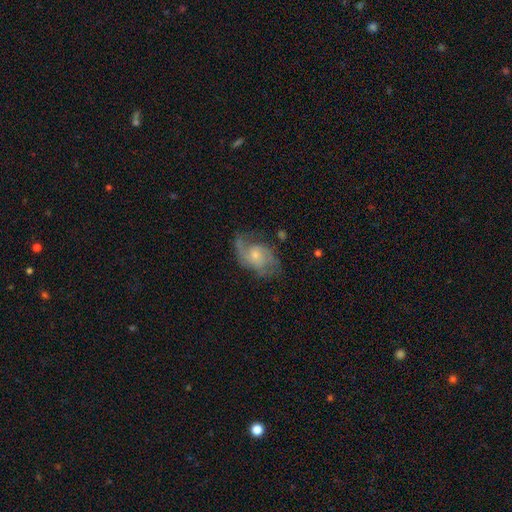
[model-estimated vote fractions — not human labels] Q: Smooth or featured?
A: featured or disk (73%); runner-up: smooth (20%)
Q: Edge-on disk?
A: no (97%); runner-up: yes (3%)
Q: Bar?
A: no (70%); runner-up: weak (27%)
Q: Spiral arms?
A: yes (90%); runner-up: no (10%)
Q: Spiral winding?
A: medium (44%); runner-up: loose (36%)
Q: Spiral arm count?
A: 2 (61%); runner-up: 1 (15%)
Q: Bulge size?
A: small (52%); runner-up: moderate (39%)
Q: Merging?
A: none (54%); runner-up: minor disturbance (24%)